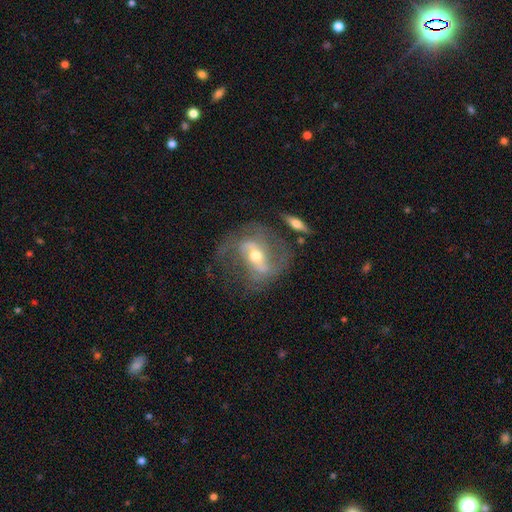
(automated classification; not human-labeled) A featured or disk galaxy (83%) with a strong bar (51%), 2 (75%) medium (43%) spiral arms (86%) and a moderate central bulge (63%).

Vote fractions:
- Smooth or featured? featured or disk: 83% / smooth: 10% / star or artifact: 7%
- Edge-on disk? no: 92% / yes: 8%
- Bar? strong: 51% / weak: 32% / no: 17%
- Spiral arms? yes: 86% / no: 14%
- Spiral winding? medium: 43% / loose: 36% / tight: 21%
- Spiral arm count? 2: 75% / can't tell: 12% / 1: 5% / 3: 5% / 4: 2% / more than 4: 1%
- Bulge size? moderate: 63% / small: 32% / large: 4% / none: 1% / dominant: 1%
- Merging? none: 56% / minor disturbance: 19% / major disturbance: 18% / merger: 6%